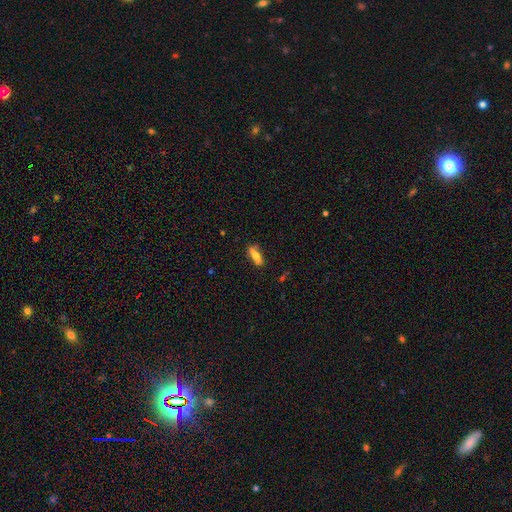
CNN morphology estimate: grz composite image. It shows a smooth galaxy with no disk features (62%) that is in between round and cigar-shaped (54%). Merging: none (80%).